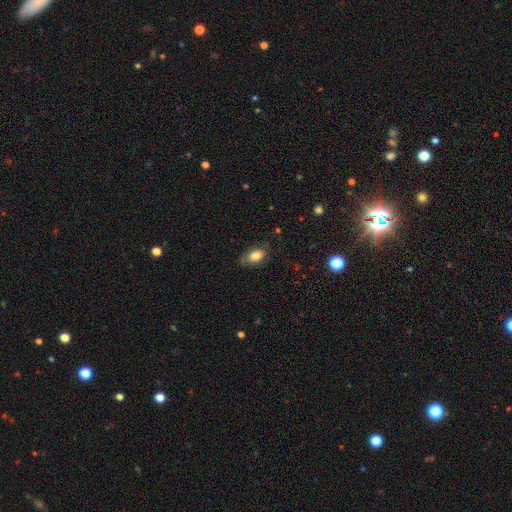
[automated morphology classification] Smooth or featured? Predicted: smooth (p=0.78). How rounded? Predicted: in between (p=0.90). Merging? Predicted: none (p=0.69).